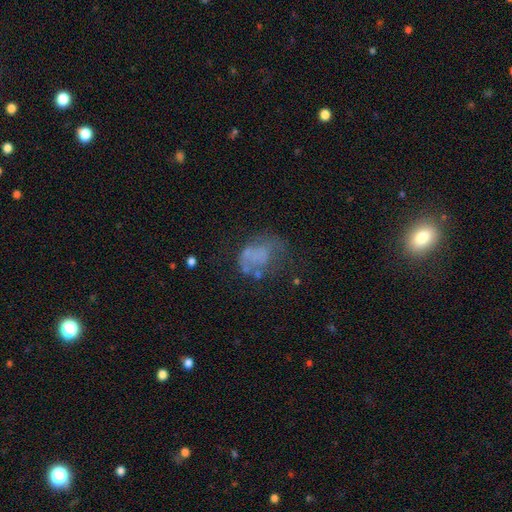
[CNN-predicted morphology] smooth 46%, featured or disk 38%, star or artifact 16%. Down the decision tree: merging — major disturbance (35%).